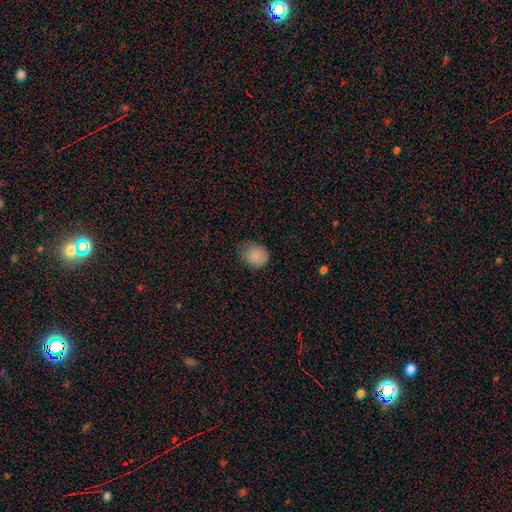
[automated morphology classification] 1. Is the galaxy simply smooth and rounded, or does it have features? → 86% smooth, 9% star or artifact, 5% featured or disk.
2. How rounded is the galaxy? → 70% round, 29% in between, 1% cigar-shaped.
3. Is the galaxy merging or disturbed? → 64% none, 29% minor disturbance, 6% major disturbance, 1% merger.